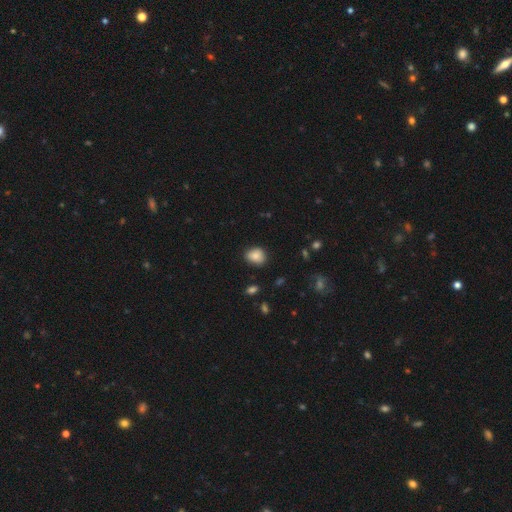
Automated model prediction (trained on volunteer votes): A smooth galaxy with no disk features (84%) that is round (61%).

Vote fractions:
- Smooth or featured? smooth: 84% / star or artifact: 9% / featured or disk: 7%
- How rounded? round: 61% / in between: 38% / cigar-shaped: 1%
- Merging? none: 82% / minor disturbance: 14% / major disturbance: 3% / merger: 1%